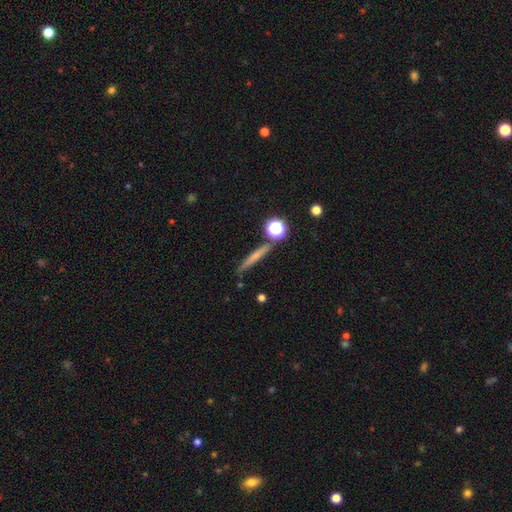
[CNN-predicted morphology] Overall: smooth (59%; featured or disk 30%). How rounded: cigar-shaped (87%). Merging: none (80%).